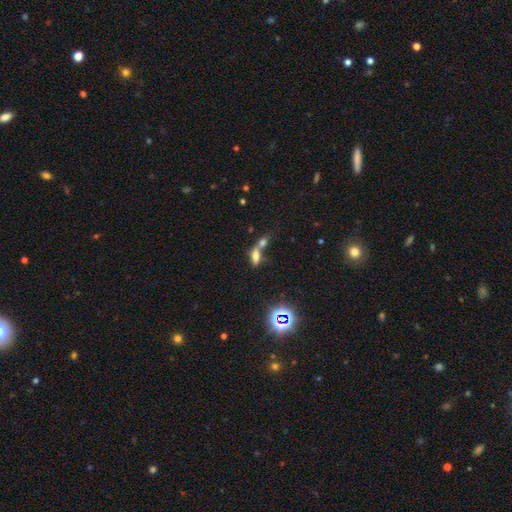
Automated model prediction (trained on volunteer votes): Smooth or featured: smooth — 59% (featured or disk — 21%)
How rounded: in between — 70% (cigar-shaped — 21%)
Merging: merger — 64% (none — 22%)